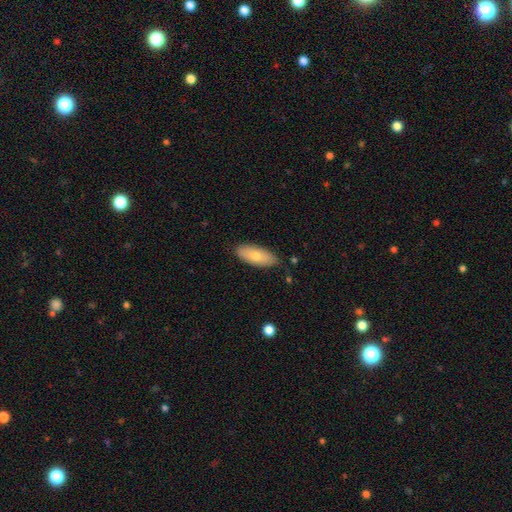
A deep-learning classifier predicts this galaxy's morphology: A smooth galaxy with no disk features (77%) that is in between round and cigar-shaped (83%). Merging: none (80%).